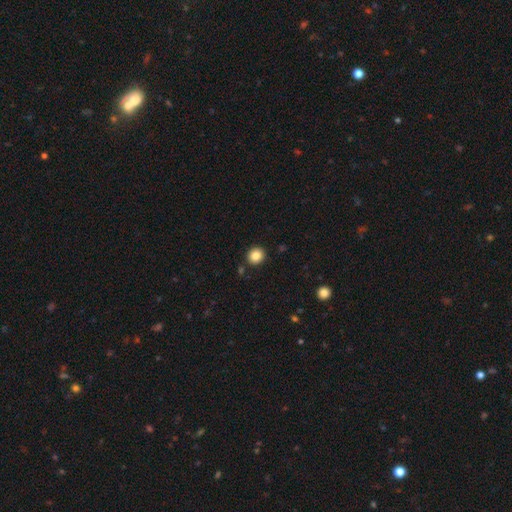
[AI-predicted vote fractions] This appears to be a smooth galaxy with no disk features (85%) that is round (85%). Merging: none (90%).